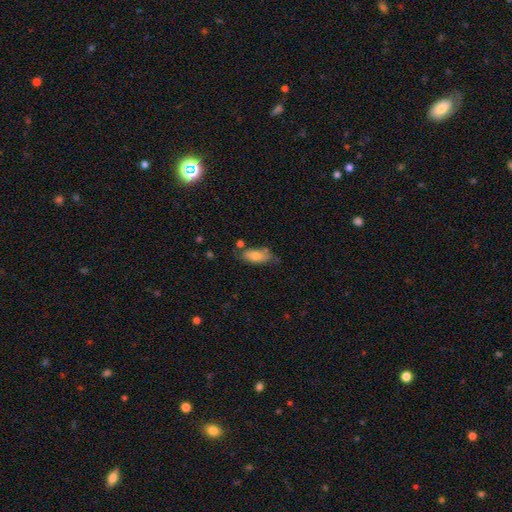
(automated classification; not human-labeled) Q: Smooth or featured?
A: smooth (72%); runner-up: featured or disk (21%)
Q: How rounded?
A: in between (81%); runner-up: cigar-shaped (16%)
Q: Merging?
A: none (61%); runner-up: minor disturbance (25%)